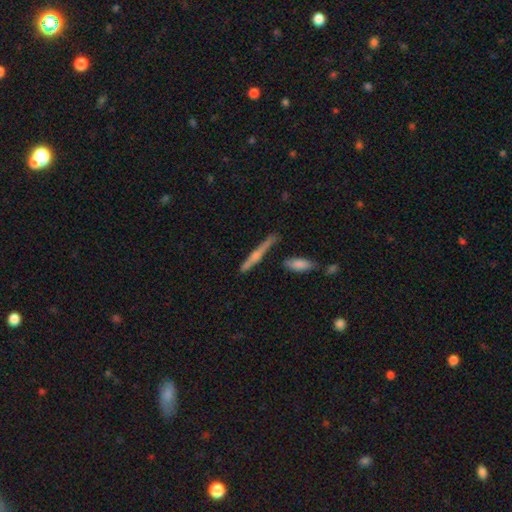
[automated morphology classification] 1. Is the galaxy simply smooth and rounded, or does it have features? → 63% featured or disk, 28% smooth, 8% star or artifact.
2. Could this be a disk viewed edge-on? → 96% yes, 4% no.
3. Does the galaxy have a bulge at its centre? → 73% rounded, 17% none, 10% boxy.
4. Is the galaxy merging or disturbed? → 78% none, 12% minor disturbance, 6% merger, 3% major disturbance.